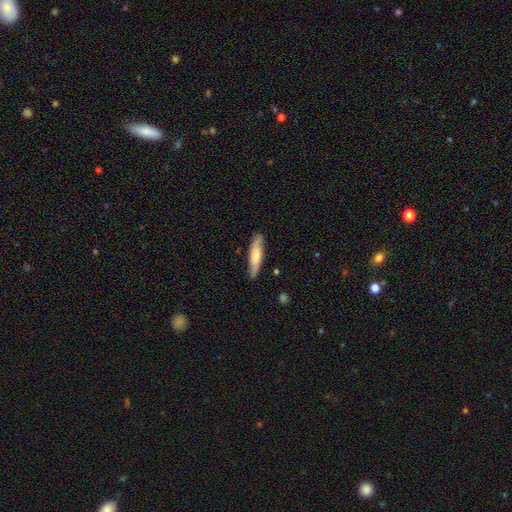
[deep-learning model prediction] Smooth or featured? Predicted: smooth (p=0.56). How rounded? Predicted: cigar-shaped (p=0.77). Merging? Predicted: none (p=0.83).